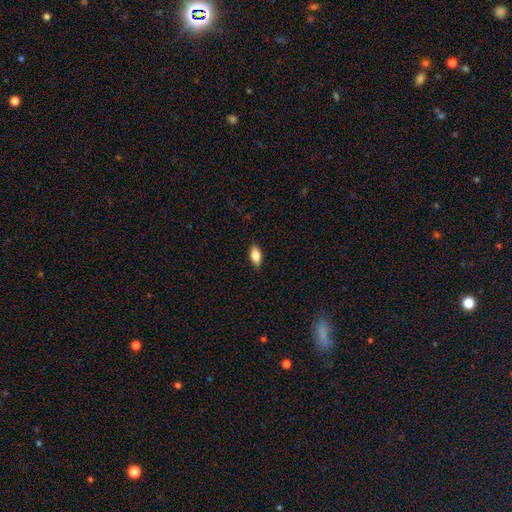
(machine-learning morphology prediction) Smooth or featured?
  - smooth: 81% *
  - featured or disk: 12%
  - star or artifact: 7%
How rounded?
  - in between: 88% *
  - cigar-shaped: 8%
  - round: 4%
Merging?
  - none: 87% *
  - minor disturbance: 10%
  - major disturbance: 2%
  - merger: 1%